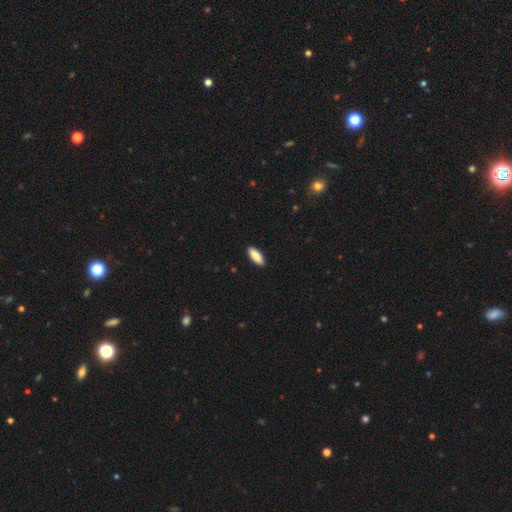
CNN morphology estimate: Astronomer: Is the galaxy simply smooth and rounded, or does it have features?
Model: smooth — 88%.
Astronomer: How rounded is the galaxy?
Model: in between — 74%.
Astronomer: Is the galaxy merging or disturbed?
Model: none — 90%.